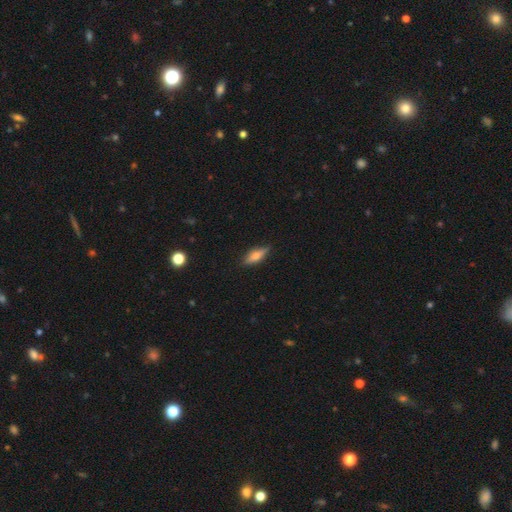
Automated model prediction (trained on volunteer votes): This is possibly a smooth galaxy (50%). How rounded: possibly in between (50%). Merging: clearly none (85%).